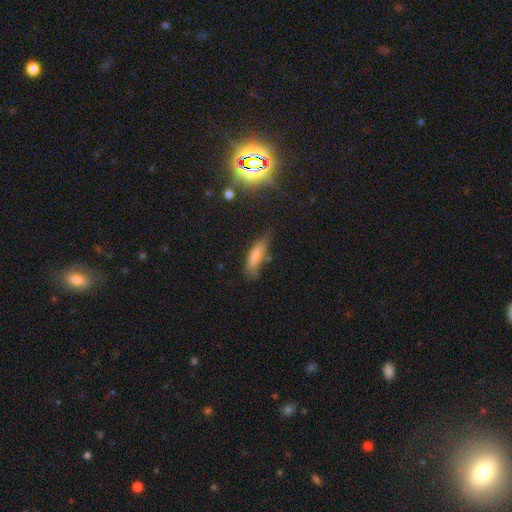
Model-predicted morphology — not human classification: smooth-or-featured: smooth: 75% | featured or disk: 16% | star or artifact: 9%
  how-rounded: cigar-shaped: 56% | in between: 42% | round: 2%
  merging: none: 54% | minor disturbance: 32% | major disturbance: 9% | merger: 5%